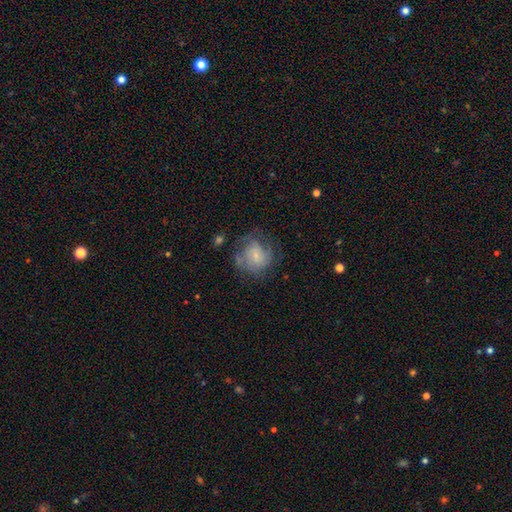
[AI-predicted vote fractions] featured or disk 54%, smooth 37%, star or artifact 8%. Down the decision tree: edge-on disk — no (98%); bar — no (65%); spiral arms — yes (79%); bulge size — small (68%); merging — none (59%).